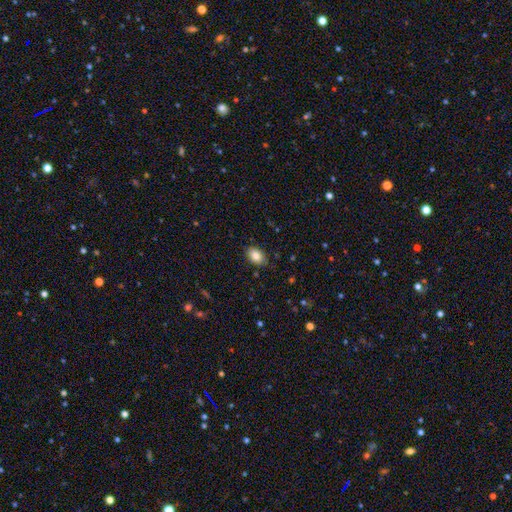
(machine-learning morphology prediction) This appears to be a smooth galaxy with no disk features (85%) that is in between round and cigar-shaped (82%). Merging: none (85%).